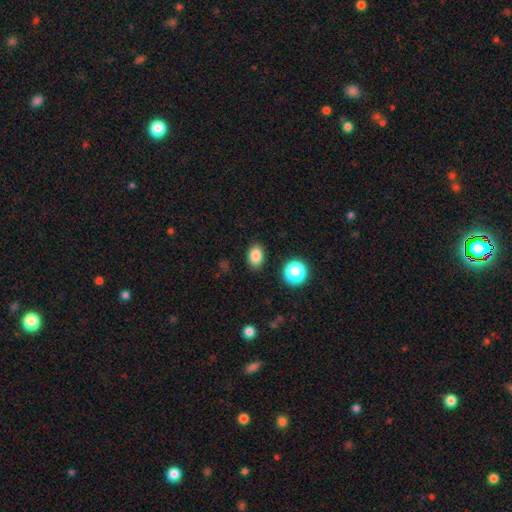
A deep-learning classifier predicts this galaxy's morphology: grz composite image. It shows a smooth galaxy with no disk features (84%) that is in between round and cigar-shaped (76%). Merging: none (87%).